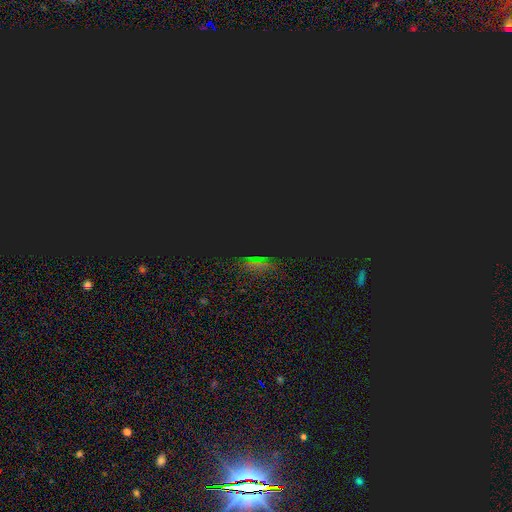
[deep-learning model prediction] Smooth or featured? star or artifact (74%)